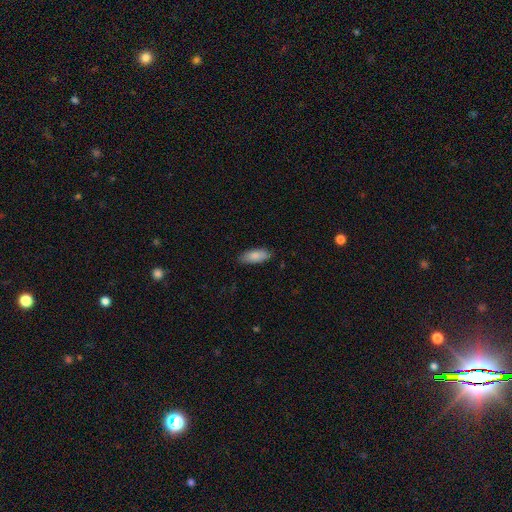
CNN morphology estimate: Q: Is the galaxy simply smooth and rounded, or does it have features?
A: smooth — 85%.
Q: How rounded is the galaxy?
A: in between — 80%.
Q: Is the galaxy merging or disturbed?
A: none — 83%.